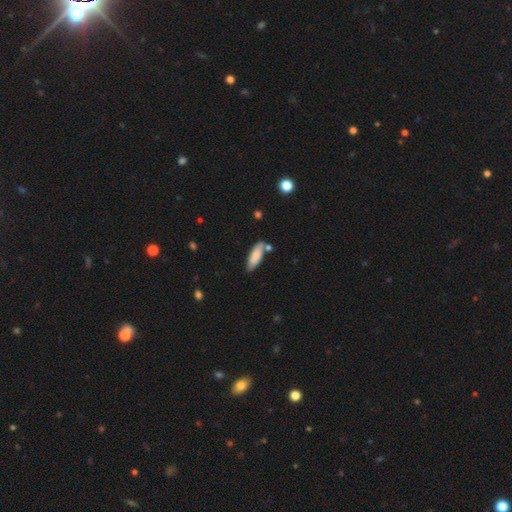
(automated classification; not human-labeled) The model was most divided on "how rounded": in between: 55%, cigar-shaped: 44%, round: 2%. More confident: smooth or featured — smooth (81%); merging — none (71%).